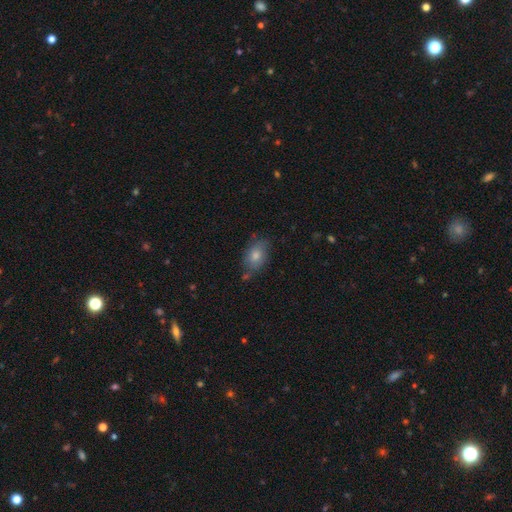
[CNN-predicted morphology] Q: Smooth or featured?
A: smooth (79%); runner-up: featured or disk (13%)
Q: How rounded?
A: in between (84%); runner-up: round (15%)
Q: Merging?
A: none (66%); runner-up: minor disturbance (22%)